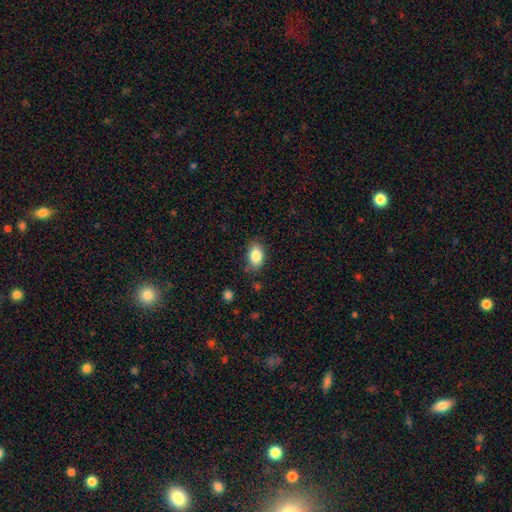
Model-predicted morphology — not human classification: Overall: smooth (86%). How rounded: in between (86%). Merging: none (78%).